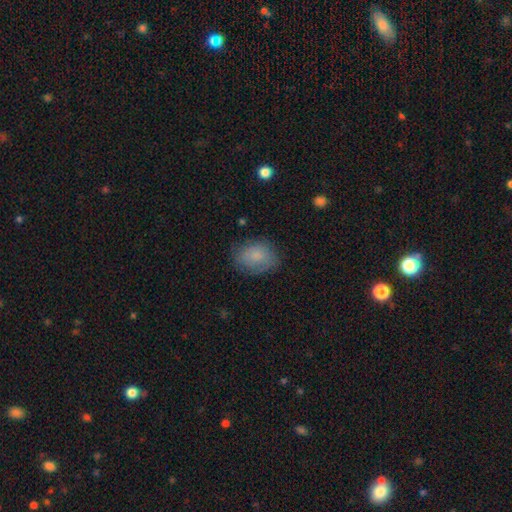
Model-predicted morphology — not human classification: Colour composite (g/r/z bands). It shows a smooth galaxy with no disk features (77%) that is in between round and cigar-shaped (67%). Merging: none (73%).